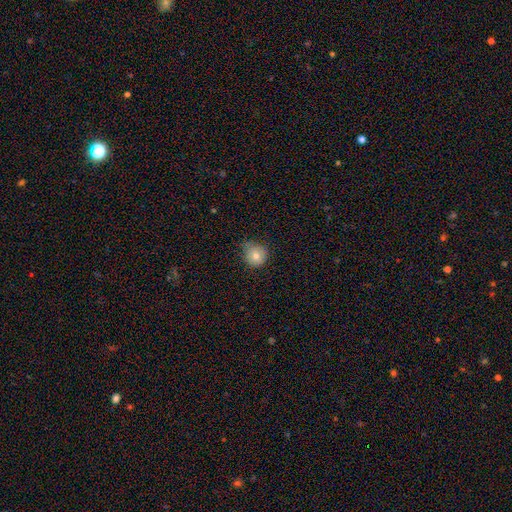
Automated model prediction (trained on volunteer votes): smooth 78%, star or artifact 11%, featured or disk 11%. Down the decision tree: how rounded — round (90%); merging — none (69%).